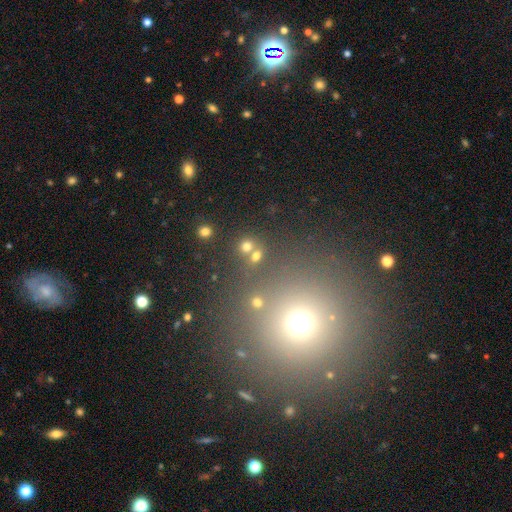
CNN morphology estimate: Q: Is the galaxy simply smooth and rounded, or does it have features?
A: smooth — 68%.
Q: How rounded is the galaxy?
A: round — 80%.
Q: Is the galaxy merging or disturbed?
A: none — 64%.